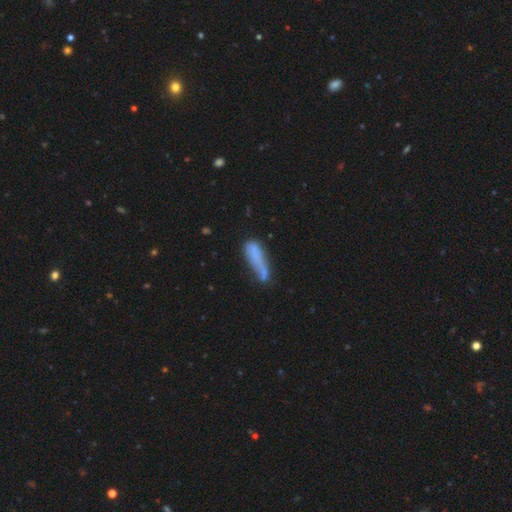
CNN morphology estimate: smooth-or-featured: smooth: 68% | featured or disk: 22% | star or artifact: 10%
  how-rounded: cigar-shaped: 69% | in between: 28% | round: 2%
  merging: none: 37% | minor disturbance: 27% | merger: 20% | major disturbance: 17%